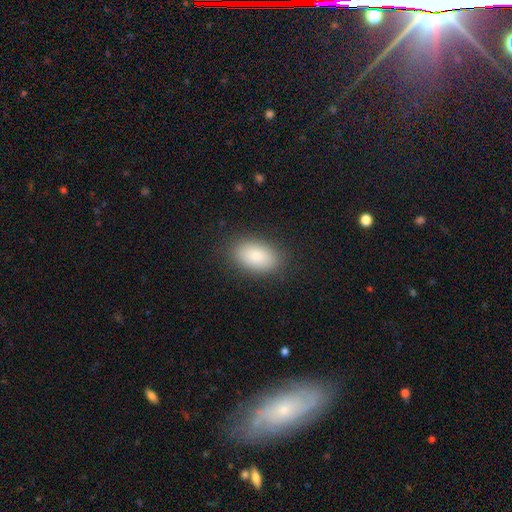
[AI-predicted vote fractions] Smooth or featured?
  - smooth: 86% *
  - star or artifact: 8%
  - featured or disk: 6%
How rounded?
  - in between: 92% *
  - round: 6%
  - cigar-shaped: 2%
Merging?
  - none: 88% *
  - minor disturbance: 9%
  - major disturbance: 3%
  - merger: 1%